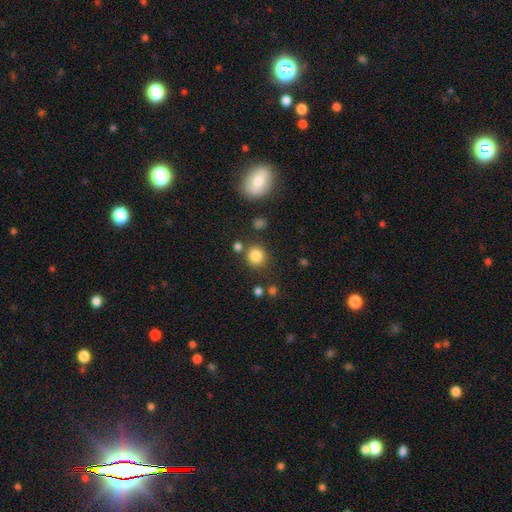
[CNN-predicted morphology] A smooth galaxy with no disk features (83%) that is round (87%).

Vote fractions:
- Smooth or featured? smooth: 83% / star or artifact: 12% / featured or disk: 5%
- How rounded? round: 87% / in between: 12% / cigar-shaped: 1%
- Merging? none: 80% / minor disturbance: 9% / merger: 7% / major disturbance: 4%